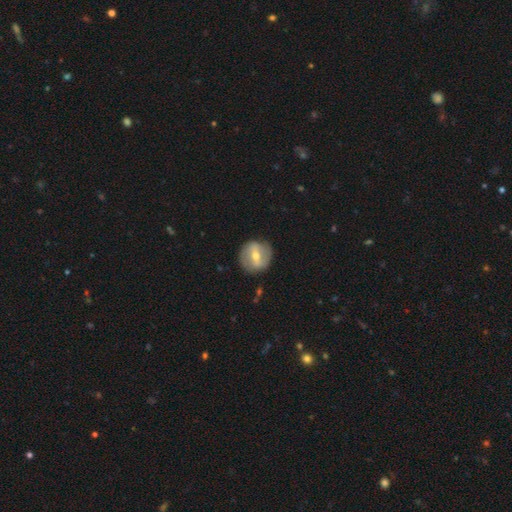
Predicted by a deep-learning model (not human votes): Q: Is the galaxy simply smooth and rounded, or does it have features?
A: featured or disk — 62%.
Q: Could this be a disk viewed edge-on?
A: no — 92%.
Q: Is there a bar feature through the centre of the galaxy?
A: strong — 49%.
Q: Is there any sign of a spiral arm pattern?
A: no — 50%, tied with yes.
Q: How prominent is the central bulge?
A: moderate — 65%.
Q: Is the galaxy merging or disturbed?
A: none — 85%.